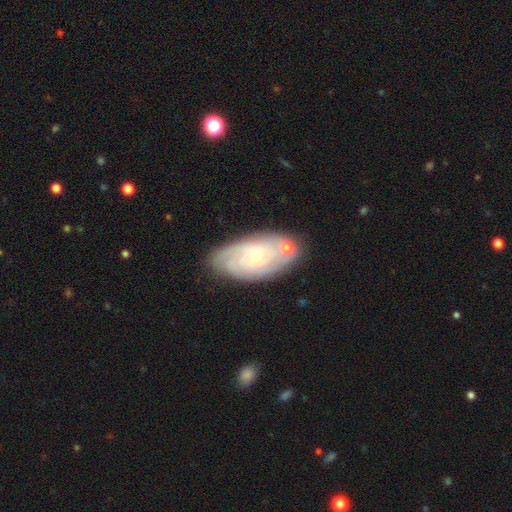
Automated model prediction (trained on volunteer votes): Morphology: type=featured or disk (69%); edge-on=no (93%); bar=no (69%); spiral arms=yes (86%); winding=tight (66%); arm count=can't tell (49%); bulge=small (55%); merging=none (69%).